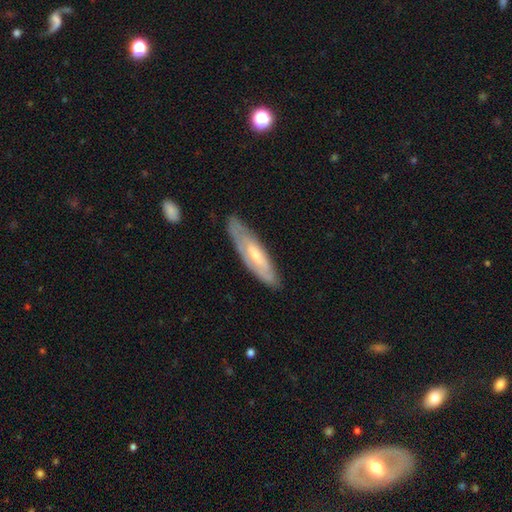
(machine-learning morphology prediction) featured or disk 56%, smooth 38%, star or artifact 6%. Down the decision tree: edge-on disk — no (63%); merging — none (73%).